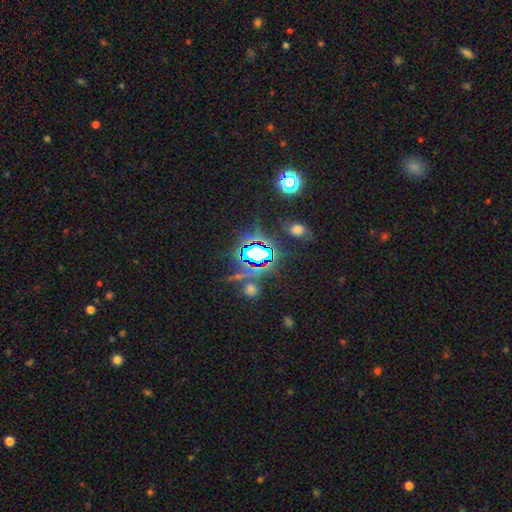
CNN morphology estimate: Smooth or featured: star or artifact — 73% (smooth — 16%)